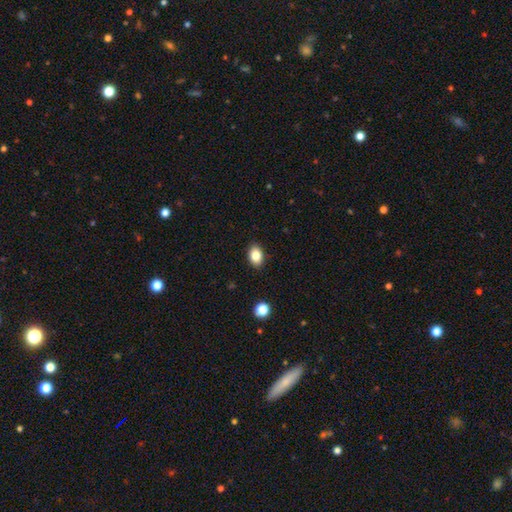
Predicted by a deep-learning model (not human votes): smooth_or_featured: smooth (p=0.84) [alt: star or artifact p=0.09]
how_rounded: in between (p=0.82) [alt: round p=0.17]
merging: none (p=0.89) [alt: minor disturbance p=0.08]